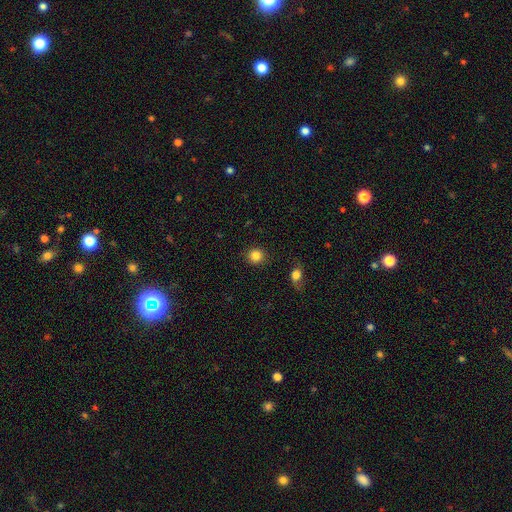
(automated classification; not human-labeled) Smooth or featured? smooth (85%)
How rounded? round (92%)
Merging? none (90%)